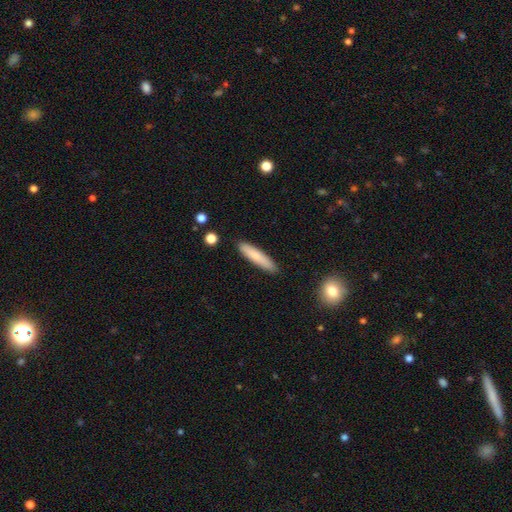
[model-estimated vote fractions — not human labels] Overall: smooth (81%). How rounded: cigar-shaped (84%). Merging: none (88%).